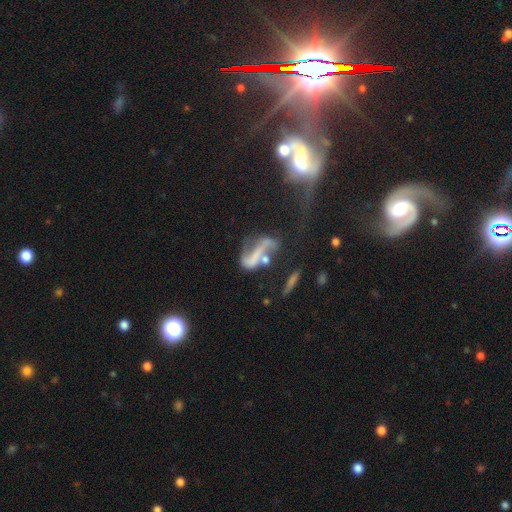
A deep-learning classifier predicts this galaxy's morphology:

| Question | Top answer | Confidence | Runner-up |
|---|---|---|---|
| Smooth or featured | featured or disk | 62% | smooth (24%) |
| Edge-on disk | no | 89% | yes (11%) |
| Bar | no | 41% | strong (35%) |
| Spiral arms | yes | 58% | no (42%) |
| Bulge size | none | 58% | small (23%) |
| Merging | major disturbance | 32% | merger (28%) |